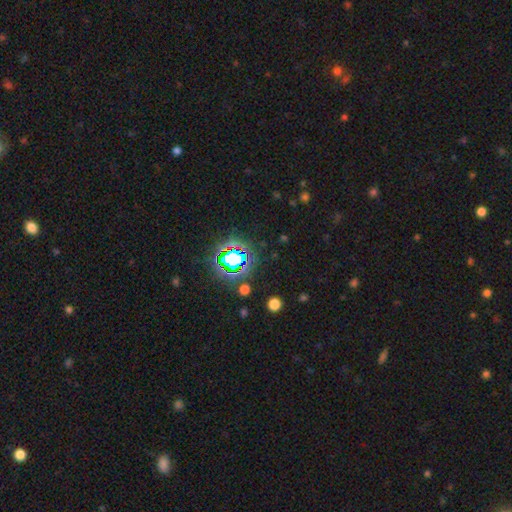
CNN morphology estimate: smooth_or_featured: star or artifact (p=0.80) [alt: smooth p=0.13]